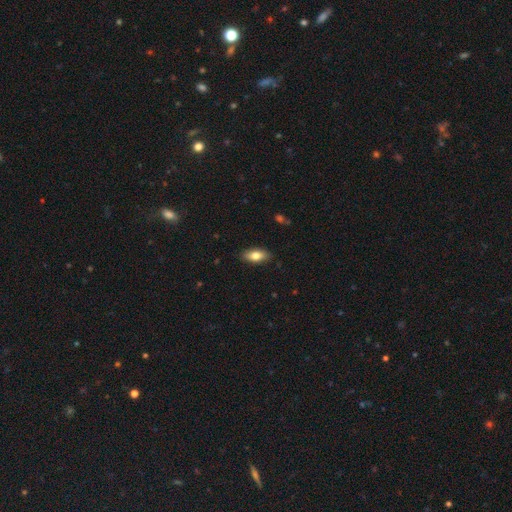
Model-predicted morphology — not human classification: smooth_or_featured: smooth (p=0.78) [alt: featured or disk p=0.15]
how_rounded: in between (p=0.85) [alt: cigar-shaped p=0.12]
merging: none (p=0.87) [alt: minor disturbance p=0.10]